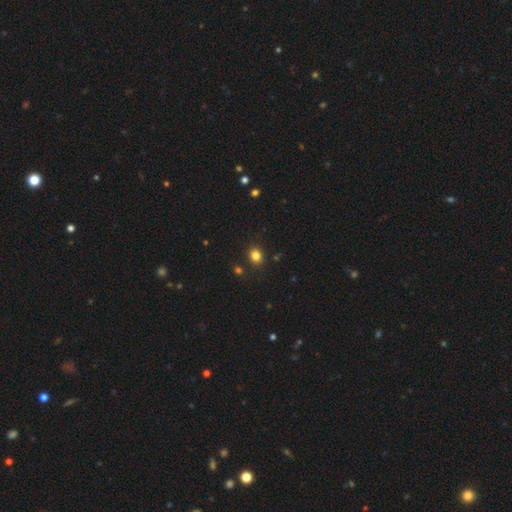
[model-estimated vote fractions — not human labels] This is clearly a smooth galaxy (82%). How rounded: likely round (69%). Merging: clearly none (87%).